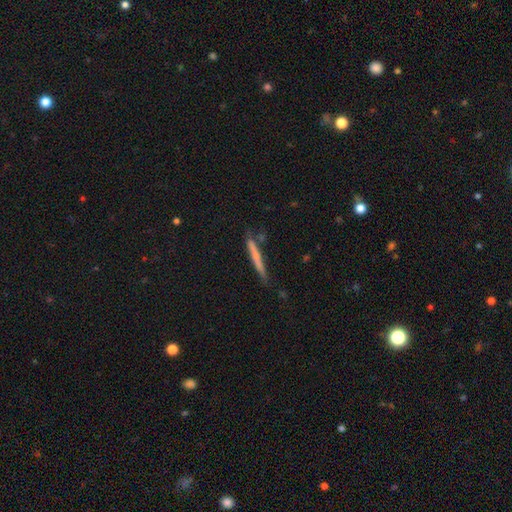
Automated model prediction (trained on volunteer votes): The model was most divided on "smooth or featured": smooth: 56%, featured or disk: 38%, star or artifact: 6%. More confident: how rounded — cigar-shaped (96%); merging — none (77%).